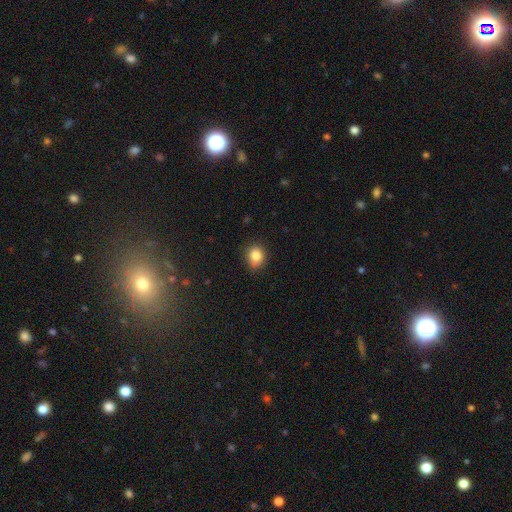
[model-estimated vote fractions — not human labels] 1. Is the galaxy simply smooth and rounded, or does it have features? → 85% smooth, 10% star or artifact, 5% featured or disk.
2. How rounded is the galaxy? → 68% round, 31% in between, 1% cigar-shaped.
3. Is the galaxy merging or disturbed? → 76% none, 19% minor disturbance, 3% major disturbance, 1% merger.